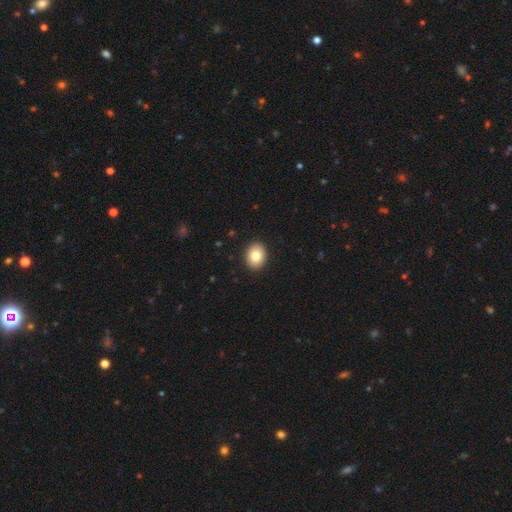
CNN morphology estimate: smooth_or_featured: smooth (p=0.81) [alt: featured or disk p=0.10]
how_rounded: in between (p=0.58) [alt: round p=0.41]
merging: none (p=0.92) [alt: minor disturbance p=0.06]